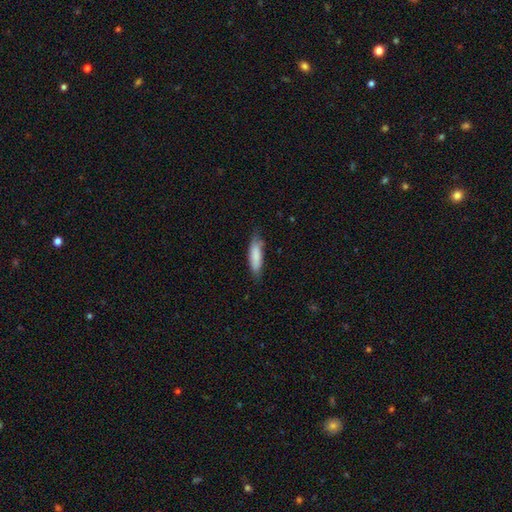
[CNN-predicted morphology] A smooth galaxy with no disk features (82%) that is cigar-shaped (56%).

Vote fractions:
- Smooth or featured? smooth: 82% / featured or disk: 12% / star or artifact: 6%
- How rounded? cigar-shaped: 56% / in between: 42% / round: 1%
- Merging? none: 70% / minor disturbance: 24% / major disturbance: 4% / merger: 2%